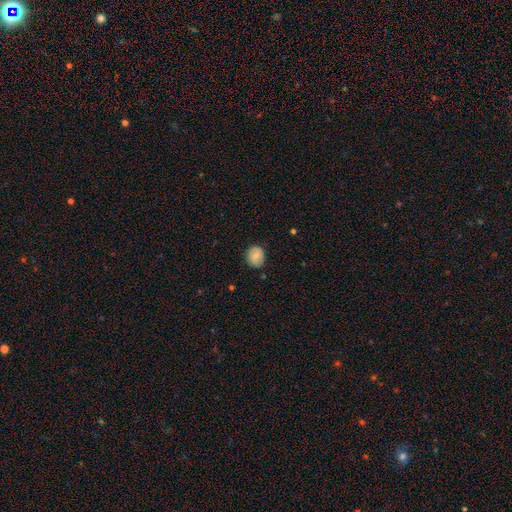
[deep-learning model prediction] Smooth or featured? Predicted: smooth (p=0.66). How rounded? Predicted: round (p=0.69). Merging? Predicted: none (p=0.81).